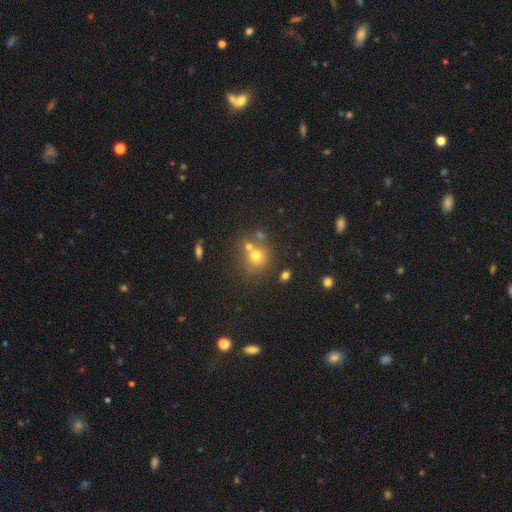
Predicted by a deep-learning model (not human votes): smooth-or-featured: smooth: 67% | star or artifact: 19% | featured or disk: 14%
  how-rounded: round: 86% | in between: 13% | cigar-shaped: 1%
  merging: none: 59% | merger: 27% | minor disturbance: 10% | major disturbance: 4%